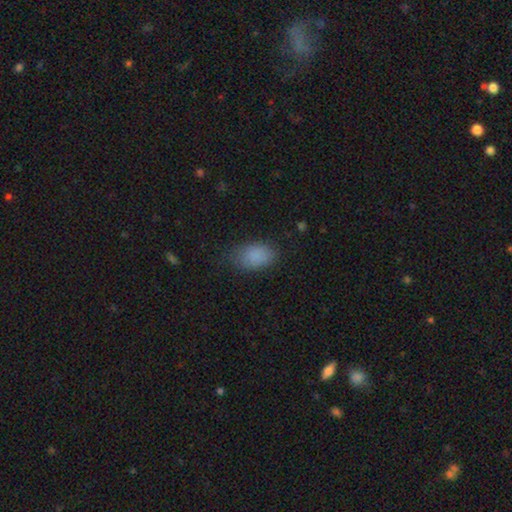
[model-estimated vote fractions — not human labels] Q: Smooth or featured?
A: smooth (87%); runner-up: star or artifact (8%)
Q: How rounded?
A: in between (89%); runner-up: round (9%)
Q: Merging?
A: none (74%); runner-up: minor disturbance (20%)